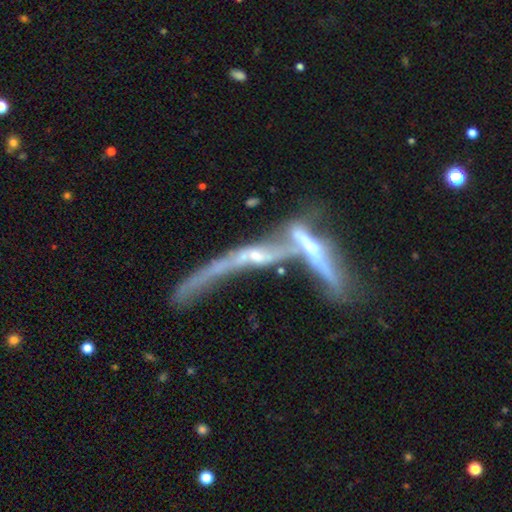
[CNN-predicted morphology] This appears to be a featured or disk galaxy (73%) viewed edge-on (69%) with a rounded central bulge (55%). Merging: merger (63%).